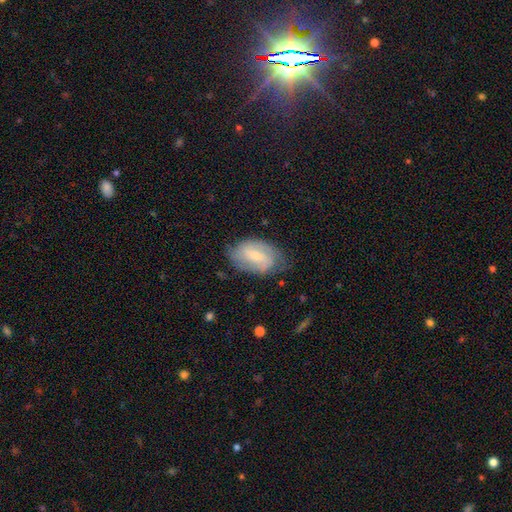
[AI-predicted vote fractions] This appears to be a featured or disk galaxy (59%) with a weak bar (51%), spiral arms (83%) and a small central bulge (55%). Merging: none (67%).